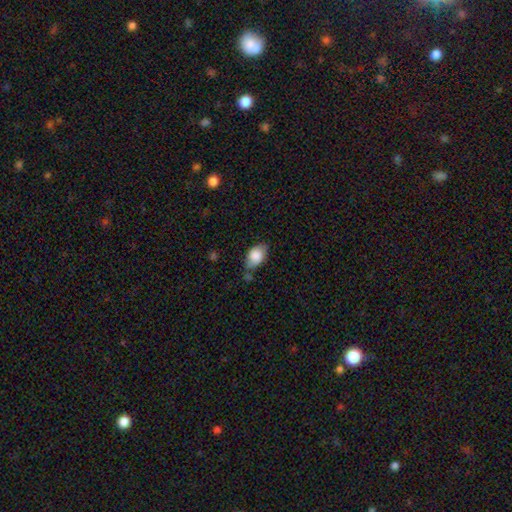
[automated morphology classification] Overall: smooth (82%). How rounded: in between (87%). Merging: none (53%; minor disturbance 31%).